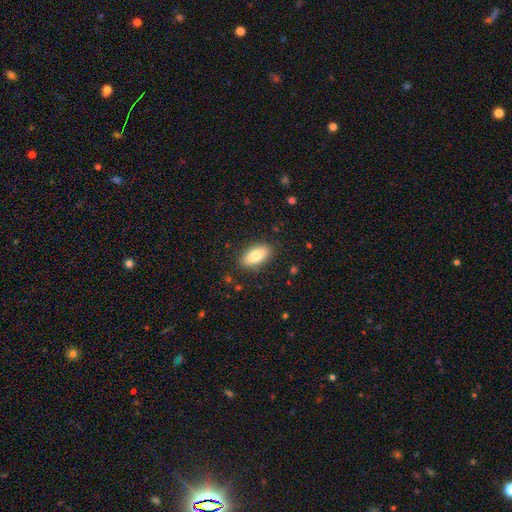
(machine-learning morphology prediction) A smooth galaxy with no disk features (81%) that is in between round and cigar-shaped (88%).

Vote fractions:
- Smooth or featured? smooth: 81% / featured or disk: 12% / star or artifact: 7%
- How rounded? in between: 88% / cigar-shaped: 10% / round: 3%
- Merging? none: 87% / minor disturbance: 10% / major disturbance: 3% / merger: 1%